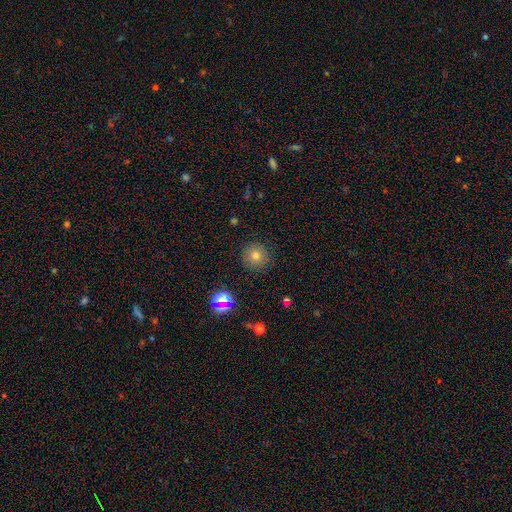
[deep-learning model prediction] Morphology: type=smooth (73%); roundness=round (95%); merging=none (90%).